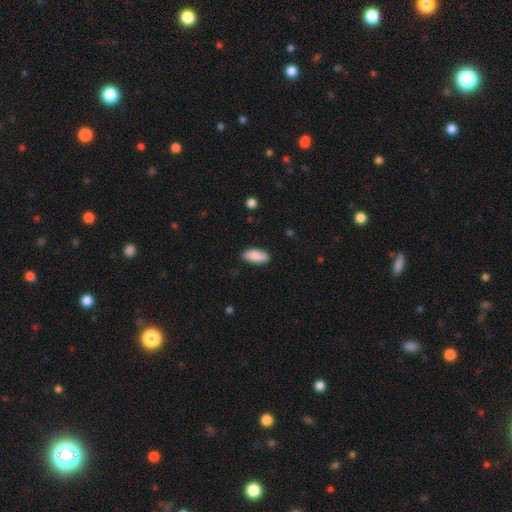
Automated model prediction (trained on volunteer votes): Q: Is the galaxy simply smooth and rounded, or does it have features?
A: smooth — 89%.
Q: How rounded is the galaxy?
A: in between — 89%.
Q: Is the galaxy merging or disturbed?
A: none — 87%.